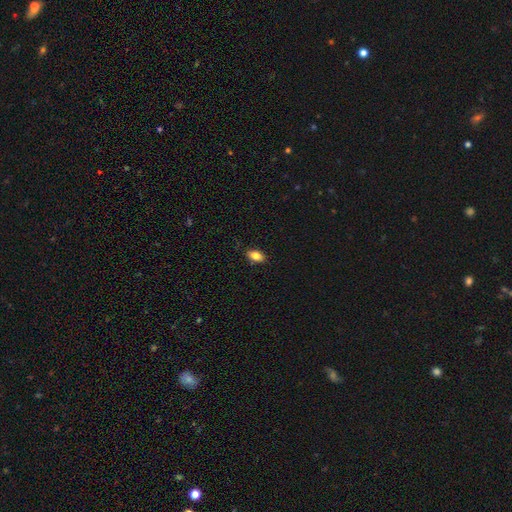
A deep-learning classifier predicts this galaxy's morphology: The model was most divided on "smooth or featured": smooth: 82%, featured or disk: 10%, star or artifact: 8%. More confident: how rounded — in between (89%); merging — none (86%).